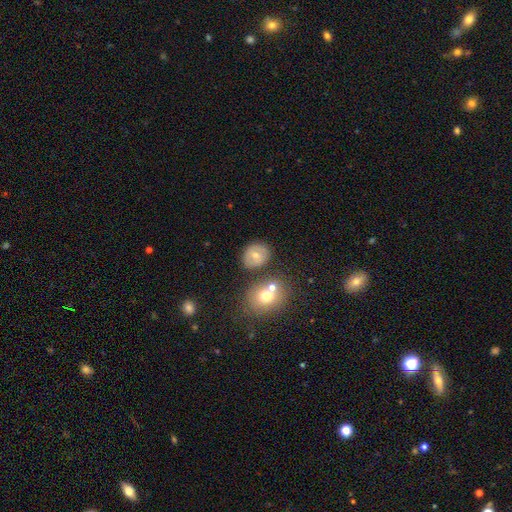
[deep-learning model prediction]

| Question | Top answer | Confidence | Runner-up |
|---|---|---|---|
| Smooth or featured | smooth | 62% | featured or disk (27%) |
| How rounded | round | 61% | in between (38%) |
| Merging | none | 72% | minor disturbance (13%) |